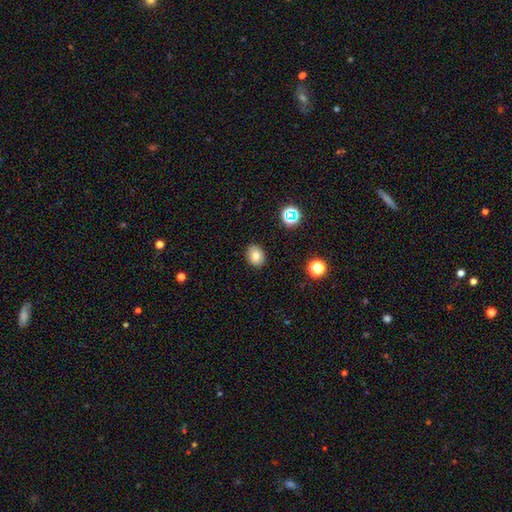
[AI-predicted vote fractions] Smooth or featured? Predicted: smooth (p=0.78). How rounded? Predicted: in between (p=0.56). Merging? Predicted: none (p=0.88).